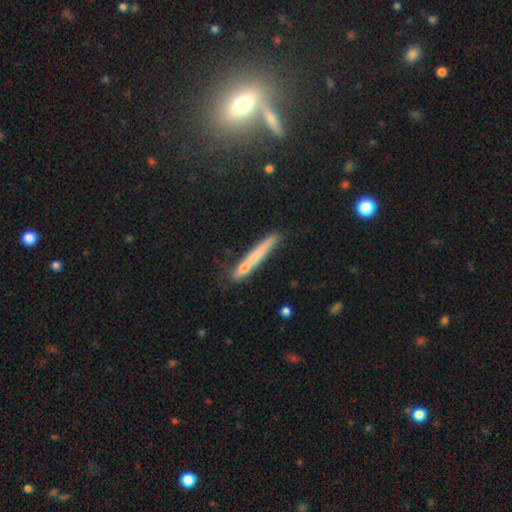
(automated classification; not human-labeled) A smooth galaxy with no disk features (60%) that is cigar-shaped (95%).

Vote fractions:
- Smooth or featured? smooth: 60% / featured or disk: 32% / star or artifact: 8%
- How rounded? cigar-shaped: 95% / in between: 3% / round: 2%
- Merging? none: 71% / minor disturbance: 17% / merger: 8% / major disturbance: 4%